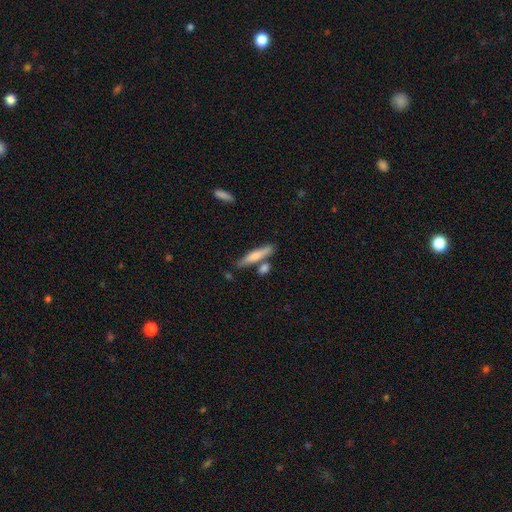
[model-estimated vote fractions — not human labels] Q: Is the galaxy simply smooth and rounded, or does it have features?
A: smooth — 68%.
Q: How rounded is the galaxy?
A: cigar-shaped — 86%.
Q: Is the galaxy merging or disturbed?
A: none — 71%.